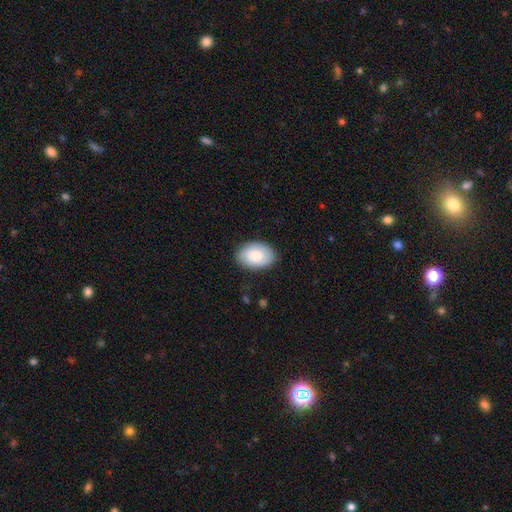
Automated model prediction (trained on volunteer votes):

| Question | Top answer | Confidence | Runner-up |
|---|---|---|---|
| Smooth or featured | smooth | 82% | featured or disk (12%) |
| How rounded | in between | 89% | round (10%) |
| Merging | none | 85% | minor disturbance (12%) |